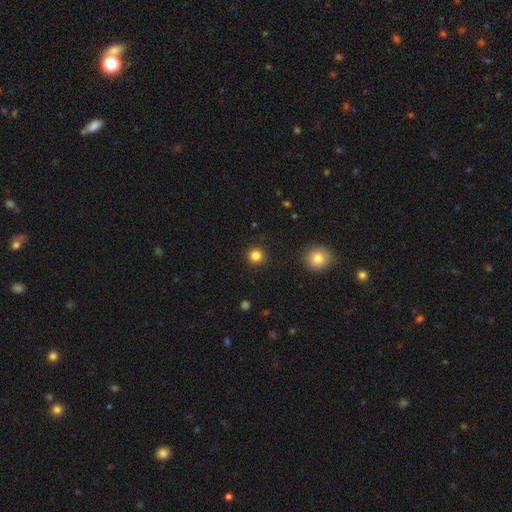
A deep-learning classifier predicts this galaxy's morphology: This appears to be a smooth galaxy with no disk features (83%) that is round (95%). Merging: none (92%).